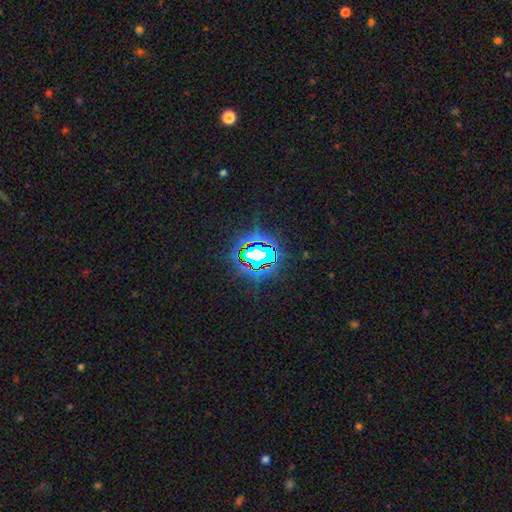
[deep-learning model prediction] Smooth or featured? star or artifact (76%)